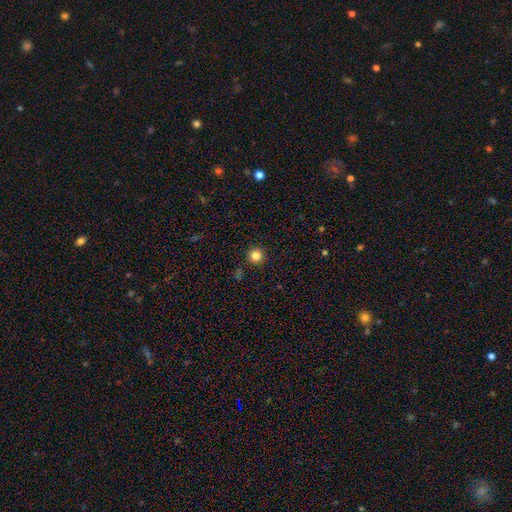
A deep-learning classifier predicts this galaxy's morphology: This appears to be a smooth galaxy with no disk features (83%) that is round (96%). Merging: none (92%).